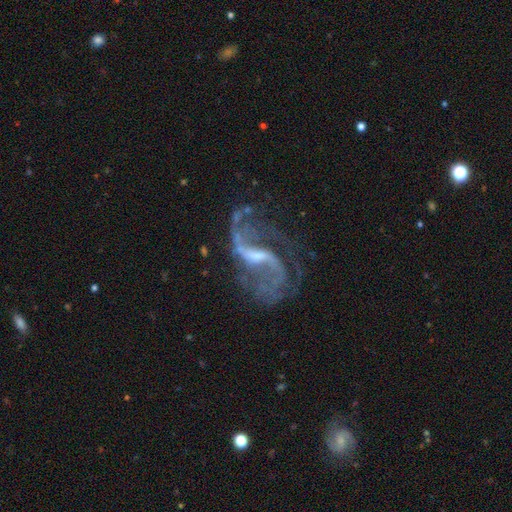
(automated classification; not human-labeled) Morphology: type=featured or disk (90%); edge-on=no (97%); bar=weak (51%); spiral arms=yes (95%); winding=loose (73%); arm count=2 (85%); bulge=small (61%); merging=none (51%).